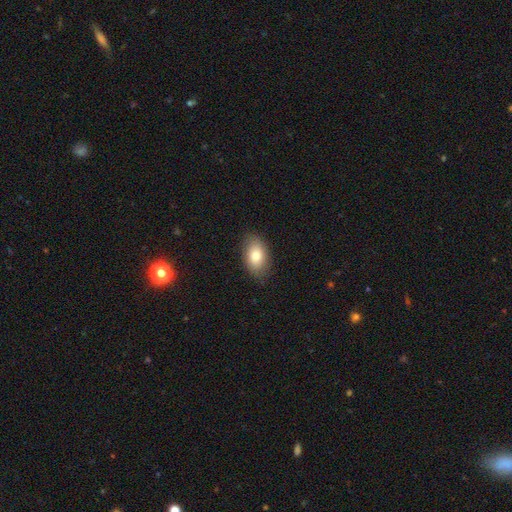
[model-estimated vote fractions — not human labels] Overall: smooth (80%). How rounded: in between (90%). Merging: none (83%).